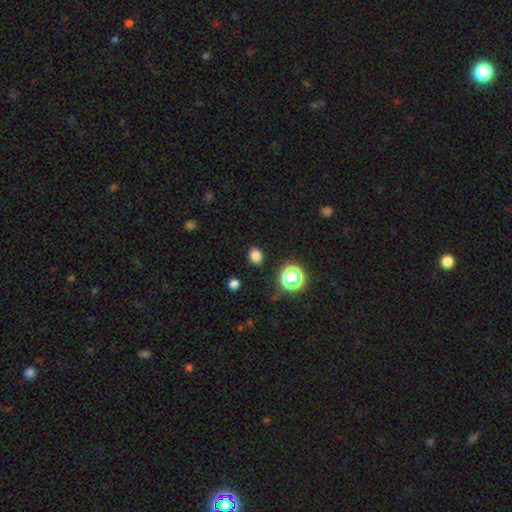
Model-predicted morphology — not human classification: This is likely a smooth galaxy (80%). How rounded: possibly in between (50%). Merging: clearly none (88%).